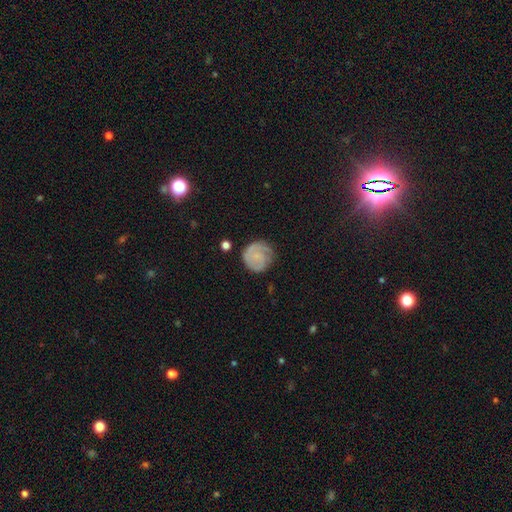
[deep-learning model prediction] This appears to be a featured or disk galaxy (50%). Merging: none (68%).